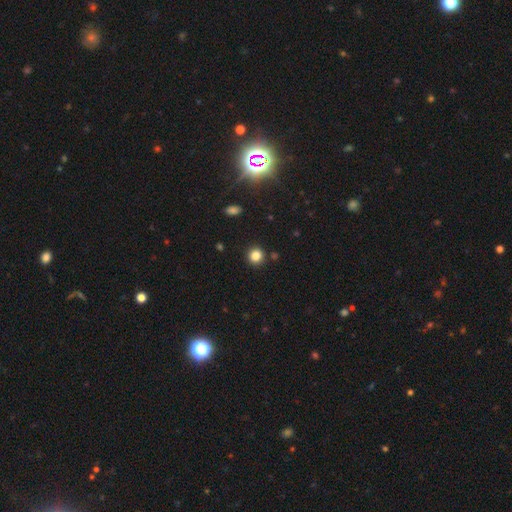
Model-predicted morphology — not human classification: Smooth or featured? Predicted: smooth (p=0.83). How rounded? Predicted: round (p=0.92). Merging? Predicted: none (p=0.90).